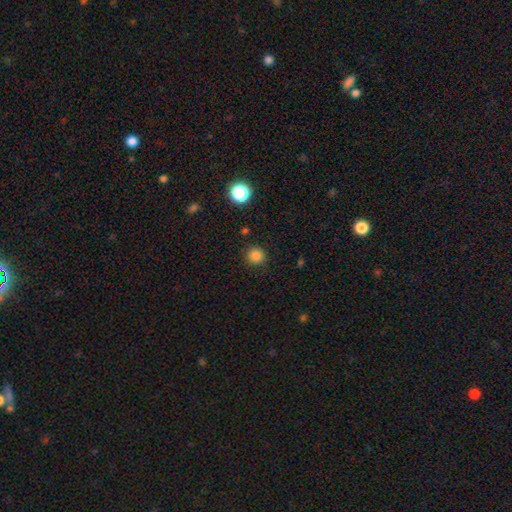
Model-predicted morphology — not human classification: This appears to be a smooth galaxy with no disk features (84%) that is round (93%). Merging: none (89%).